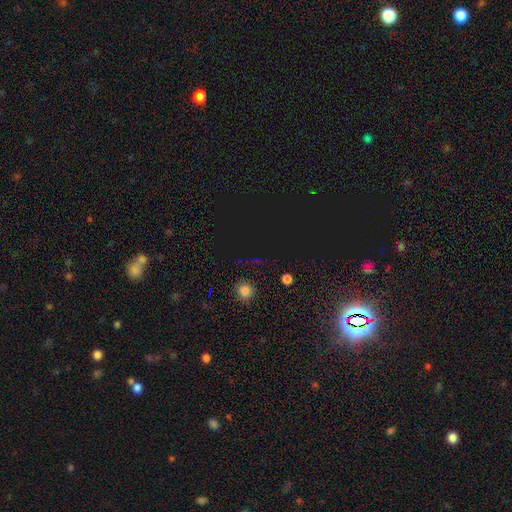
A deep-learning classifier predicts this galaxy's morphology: smooth_or_featured: star or artifact (p=0.67) [alt: smooth p=0.26]